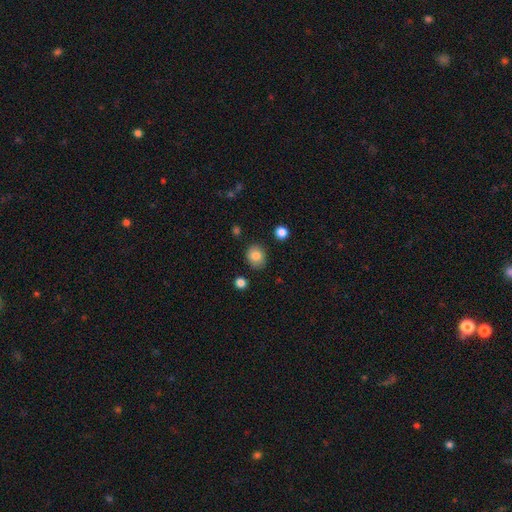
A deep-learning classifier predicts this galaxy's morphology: type=smooth (83%); roundness=round (68%); merging=none (83%).